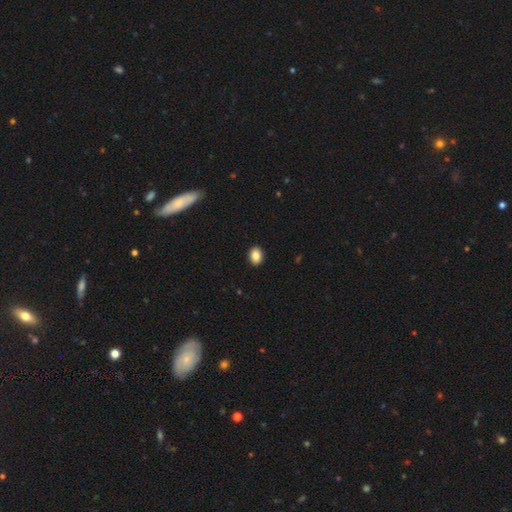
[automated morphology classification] The model was most divided on "how rounded": in between: 59%, round: 40%, cigar-shaped: 1%. More confident: merging — none (92%); smooth or featured — smooth (86%).